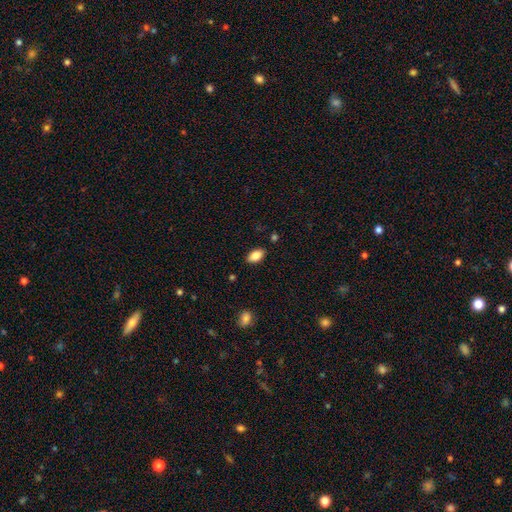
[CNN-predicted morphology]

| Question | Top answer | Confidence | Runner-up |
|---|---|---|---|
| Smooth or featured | smooth | 84% | featured or disk (8%) |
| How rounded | in between | 93% | round (4%) |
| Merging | none | 87% | minor disturbance (10%) |